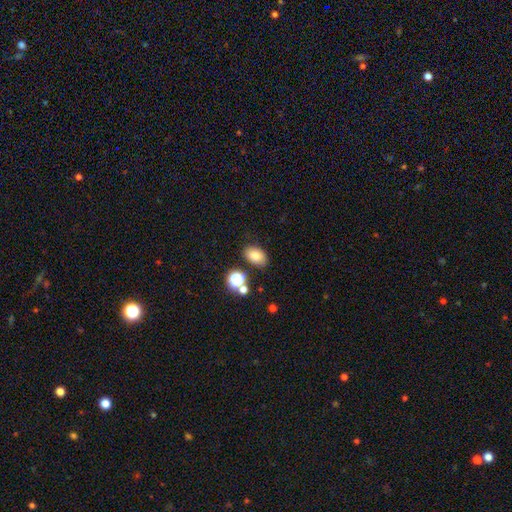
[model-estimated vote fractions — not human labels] This appears to be a smooth galaxy with no disk features (78%) that is in between round and cigar-shaped (85%). Merging: none (81%).